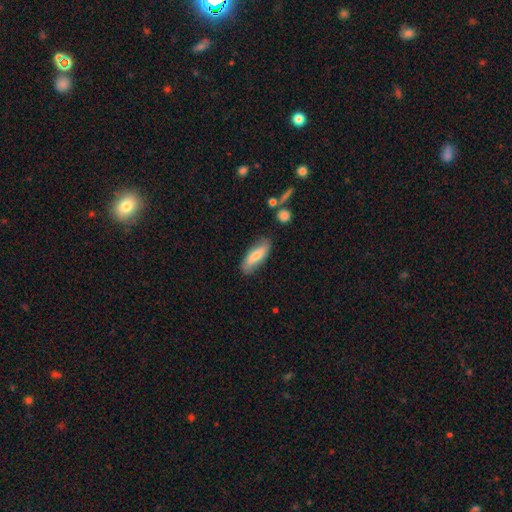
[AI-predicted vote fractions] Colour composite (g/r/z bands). It shows a smooth galaxy with no disk features (72%) that is in between round and cigar-shaped (63%). Merging: none (78%).